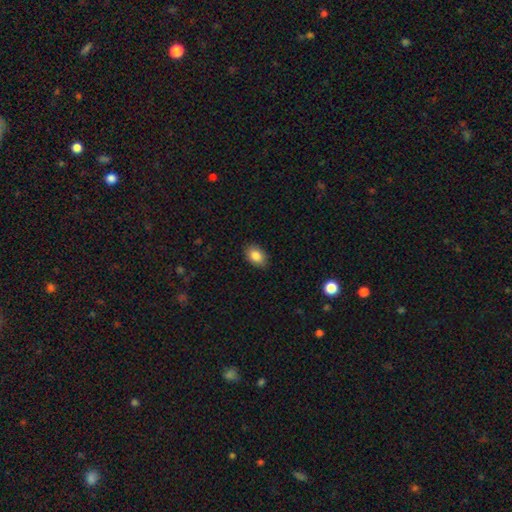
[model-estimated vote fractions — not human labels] smooth 86%, star or artifact 8%, featured or disk 6%. Down the decision tree: how rounded — in between (86%); merging — none (87%).